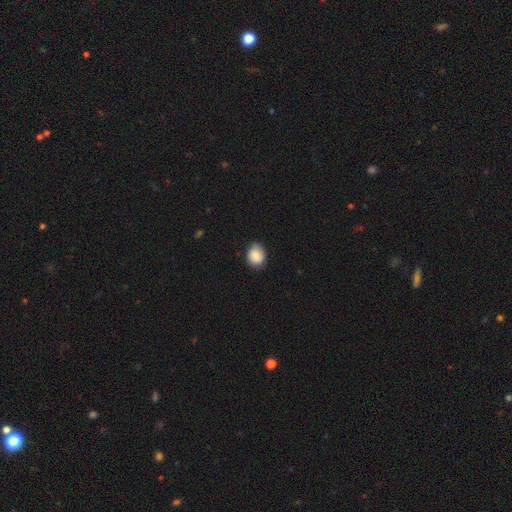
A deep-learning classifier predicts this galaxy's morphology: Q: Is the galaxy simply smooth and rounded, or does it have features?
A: smooth — 83%.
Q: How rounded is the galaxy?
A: round — 61%.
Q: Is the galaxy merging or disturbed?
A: none — 75%.